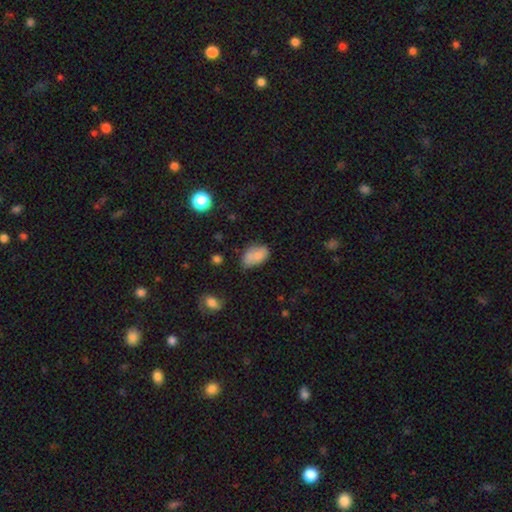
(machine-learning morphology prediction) smooth_or_featured: smooth (p=0.80) [alt: featured or disk p=0.11]
how_rounded: in between (p=0.91) [alt: round p=0.07]
merging: none (p=0.54) [alt: minor disturbance p=0.29]